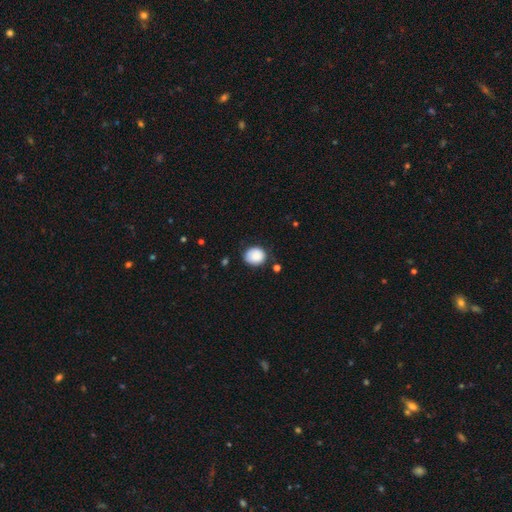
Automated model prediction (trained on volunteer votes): The model was most divided on "how rounded": round: 66%, in between: 34%, cigar-shaped: 1%. More confident: smooth or featured — smooth (87%); merging — none (69%).